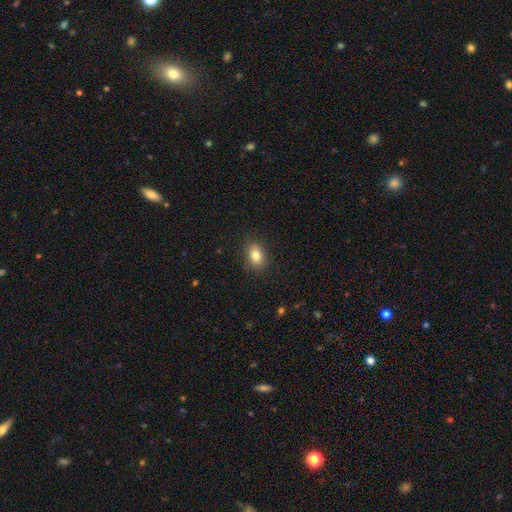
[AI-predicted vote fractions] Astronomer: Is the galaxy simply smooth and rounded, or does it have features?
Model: smooth — 82%.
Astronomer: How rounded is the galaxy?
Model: in between — 74%.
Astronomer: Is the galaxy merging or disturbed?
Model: none — 86%.